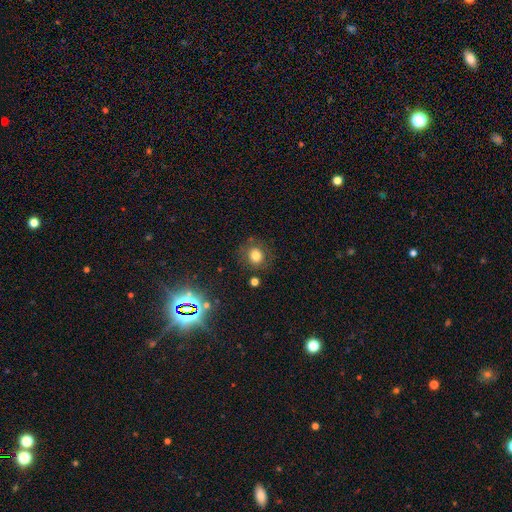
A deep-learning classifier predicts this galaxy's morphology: Q: Smooth or featured?
A: smooth (75%); runner-up: star or artifact (15%)
Q: How rounded?
A: round (83%); runner-up: in between (16%)
Q: Merging?
A: none (79%); runner-up: minor disturbance (12%)